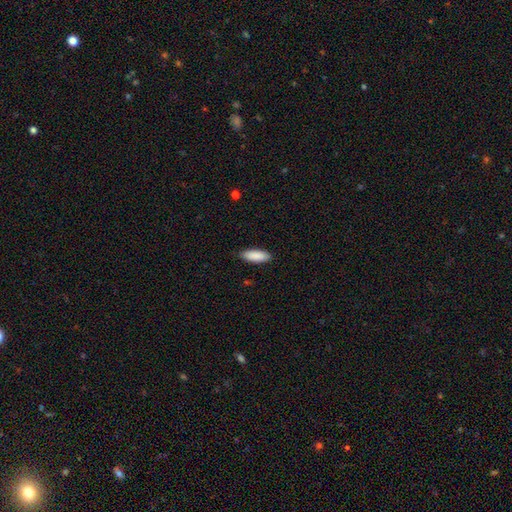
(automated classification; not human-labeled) Smooth or featured? smooth (90%)
How rounded? in between (66%)
Merging? none (88%)